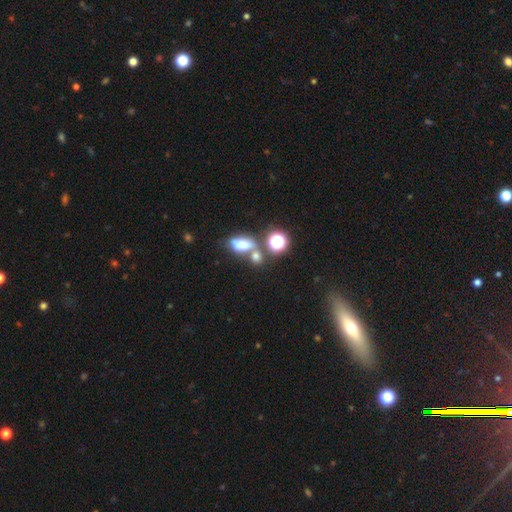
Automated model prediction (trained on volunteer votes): This appears to be a smooth galaxy with no disk features (64%) that is in between round and cigar-shaped (55%). Merging: none (43%).